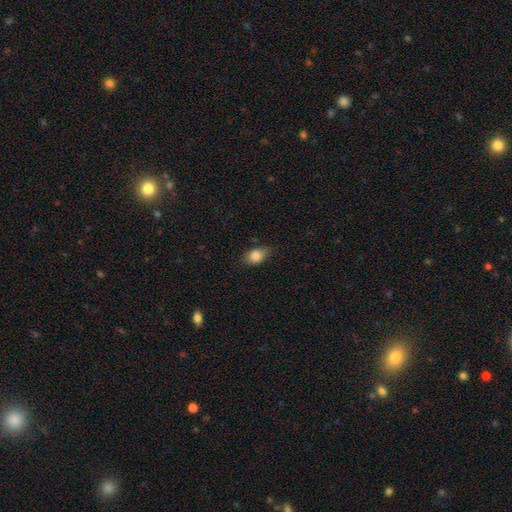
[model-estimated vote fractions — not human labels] The model was most divided on "merging": none: 68%, minor disturbance: 25%, major disturbance: 5%, merger: 2%. More confident: smooth or featured — smooth (84%); how rounded — in between (76%).